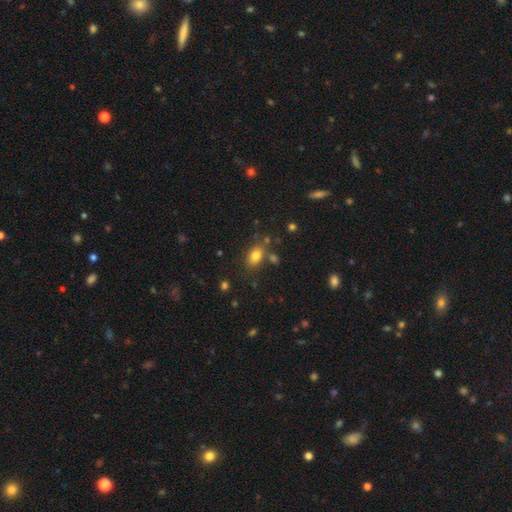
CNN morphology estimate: Smooth or featured? smooth (80%)
How rounded? in between (79%)
Merging? none (71%)